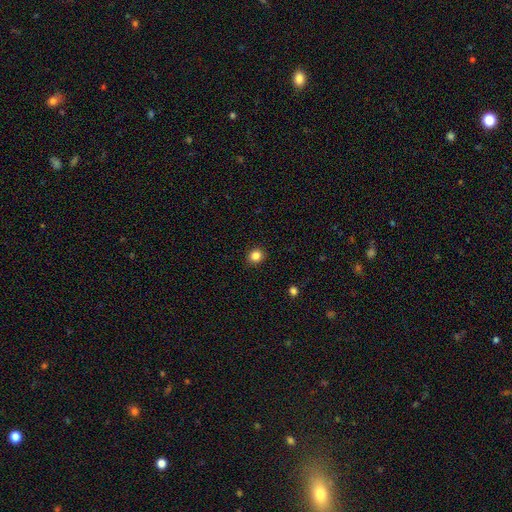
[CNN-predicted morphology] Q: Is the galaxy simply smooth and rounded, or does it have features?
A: smooth — 85%.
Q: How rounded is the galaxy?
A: round — 83%.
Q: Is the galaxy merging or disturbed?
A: none — 91%.